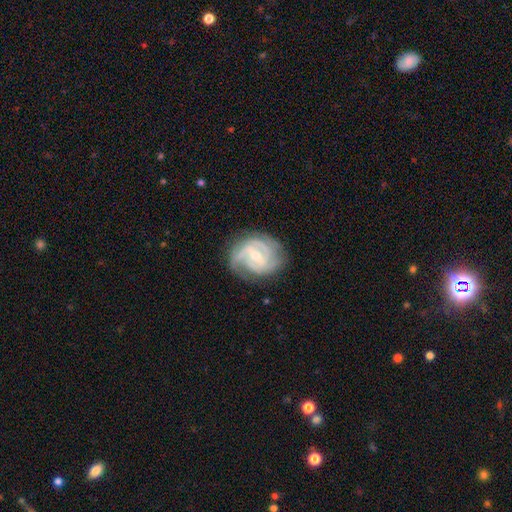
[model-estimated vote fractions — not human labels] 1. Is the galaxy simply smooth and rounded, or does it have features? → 85% featured or disk, 10% smooth, 5% star or artifact.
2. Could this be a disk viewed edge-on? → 97% no, 3% yes.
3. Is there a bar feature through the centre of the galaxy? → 52% weak, 31% no, 18% strong.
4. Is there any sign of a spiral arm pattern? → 94% yes, 6% no.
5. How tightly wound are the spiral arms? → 52% tight, 37% medium, 11% loose.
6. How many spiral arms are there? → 42% 2, 24% 3, 20% can't tell, 6% 1, 4% 4, 3% more than 4.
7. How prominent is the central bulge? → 55% moderate, 41% small, 2% large, 1% none, 1% dominant.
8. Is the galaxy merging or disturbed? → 66% none, 23% minor disturbance, 10% major disturbance, 1% merger.